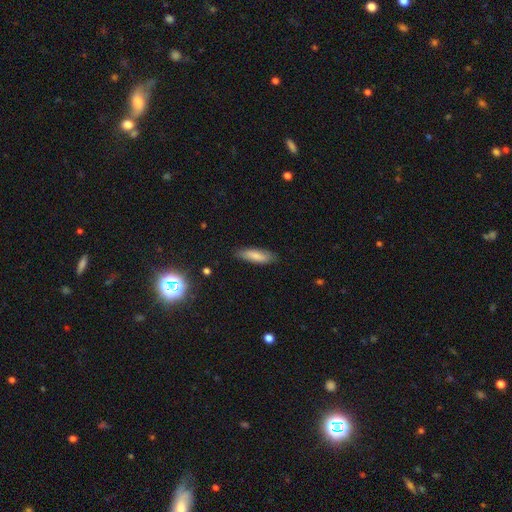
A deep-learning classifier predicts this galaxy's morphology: Q: Smooth or featured?
A: smooth (79%); runner-up: featured or disk (14%)
Q: How rounded?
A: cigar-shaped (53%); runner-up: in between (45%)
Q: Merging?
A: none (83%); runner-up: minor disturbance (13%)